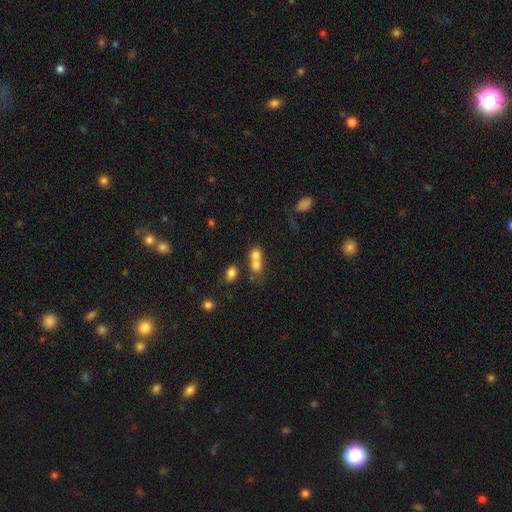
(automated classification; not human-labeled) The model was most divided on "how rounded": round: 65%, in between: 33%, cigar-shaped: 2%. More confident: smooth or featured — smooth (72%); merging — merger (62%).